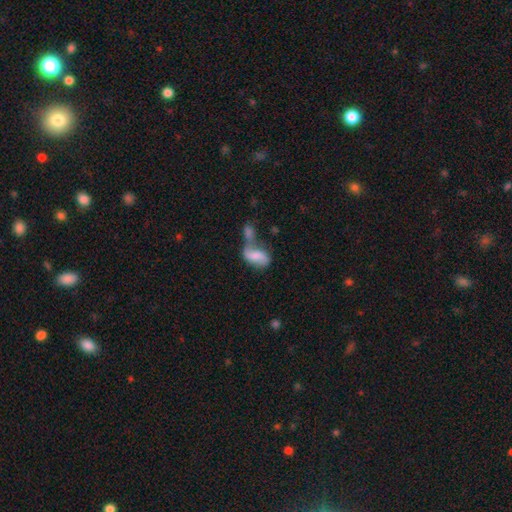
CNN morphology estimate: A smooth galaxy with no disk features (50%) that is in between round and cigar-shaped (88%).

Vote fractions:
- Smooth or featured? smooth: 50% / featured or disk: 41% / star or artifact: 9%
- How rounded? in between: 88% / cigar-shaped: 6% / round: 6%
- Merging? merger: 59% / none: 18% / major disturbance: 12% / minor disturbance: 11%